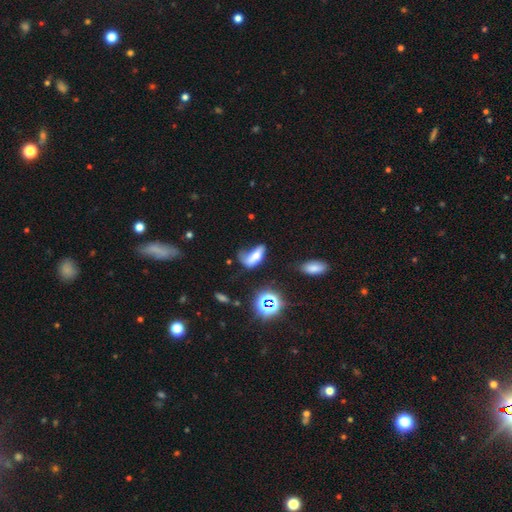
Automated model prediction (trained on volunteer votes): A smooth galaxy with no disk features (56%) that is in between round and cigar-shaped (72%).

Vote fractions:
- Smooth or featured? smooth: 56% / featured or disk: 28% / star or artifact: 16%
- How rounded? in between: 72% / cigar-shaped: 23% / round: 5%
- Merging? major disturbance: 36% / minor disturbance: 27% / none: 23% / merger: 14%